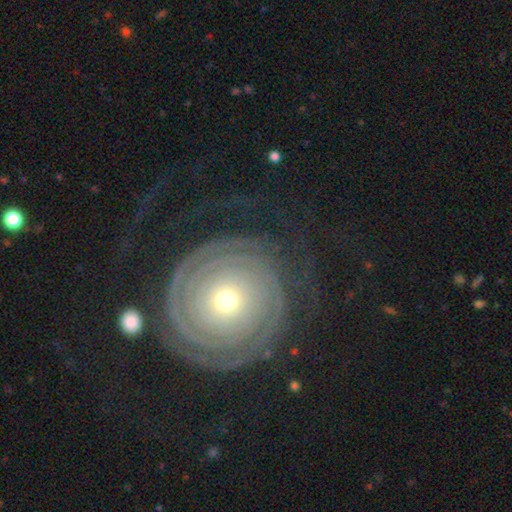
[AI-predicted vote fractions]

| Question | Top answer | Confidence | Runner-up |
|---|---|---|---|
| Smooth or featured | featured or disk | 84% | smooth (8%) |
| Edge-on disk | no | 97% | yes (3%) |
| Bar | no | 84% | weak (11%) |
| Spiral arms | yes | 95% | no (5%) |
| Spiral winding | tight | 87% | medium (10%) |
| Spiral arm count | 2 | 38% | can't tell (26%) |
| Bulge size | small | 61% | moderate (34%) |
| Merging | none | 74% | major disturbance (13%) |